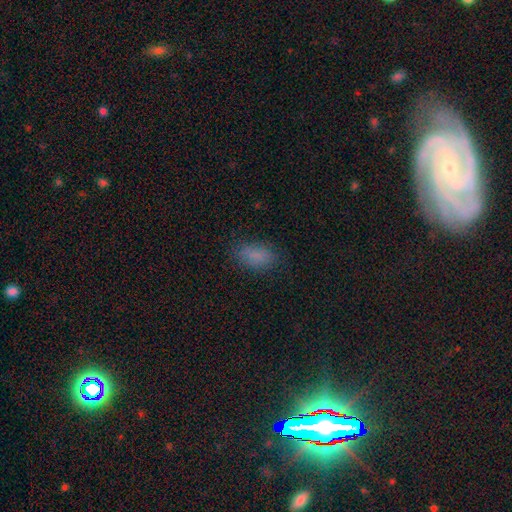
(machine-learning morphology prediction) This appears to be a smooth galaxy with no disk features (83%) that is in between round and cigar-shaped (90%). Merging: none (80%).